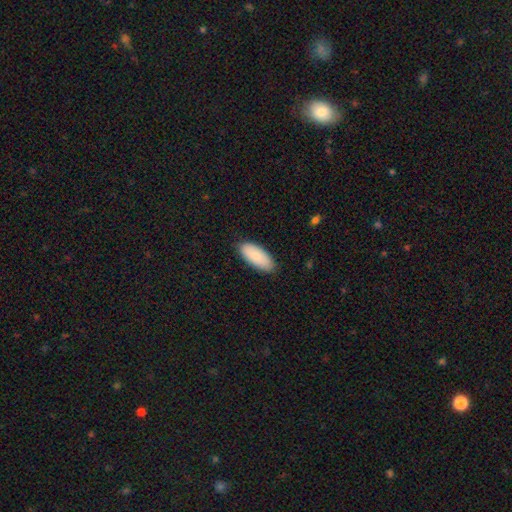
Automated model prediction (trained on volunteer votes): A smooth galaxy with no disk features (86%) that is in between round and cigar-shaped (87%). Merging: none (87%).